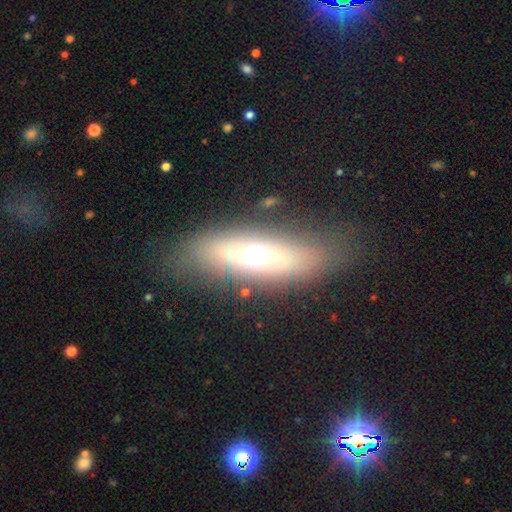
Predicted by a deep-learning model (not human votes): Smooth or featured? Predicted: smooth (p=0.48). Merging? Predicted: none (p=0.76).